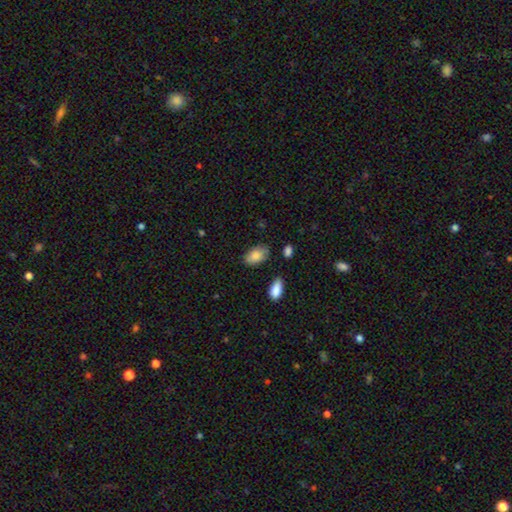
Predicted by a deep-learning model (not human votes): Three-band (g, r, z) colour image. It shows a smooth galaxy with no disk features (84%) that is in between round and cigar-shaped (92%). Merging: none (72%).